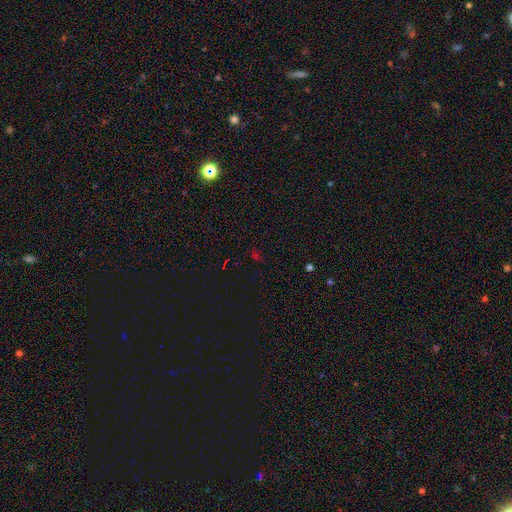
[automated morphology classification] A star or artifact, not a galaxy (62%).

Vote fractions:
- Smooth or featured? star or artifact: 62% / smooth: 30% / featured or disk: 8%